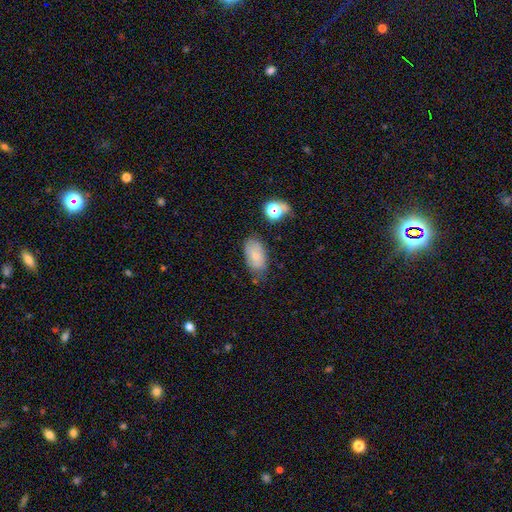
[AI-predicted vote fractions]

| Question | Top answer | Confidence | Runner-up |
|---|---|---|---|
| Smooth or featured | smooth | 75% | featured or disk (15%) |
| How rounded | in between | 92% | round (6%) |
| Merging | none | 67% | minor disturbance (23%) |